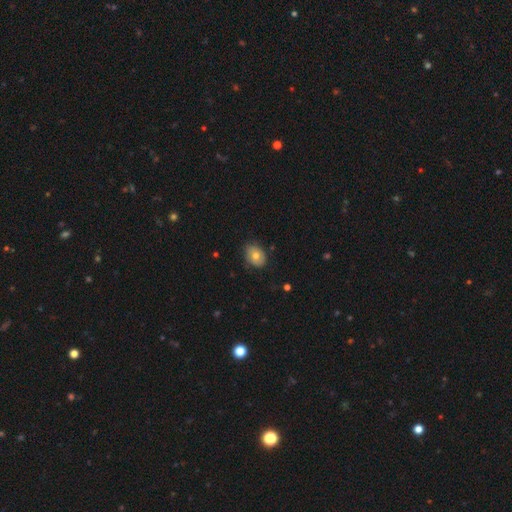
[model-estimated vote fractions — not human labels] The model was most divided on "how rounded": in between: 60%, round: 39%, cigar-shaped: 1%. More confident: merging — none (75%); smooth or featured — smooth (67%).